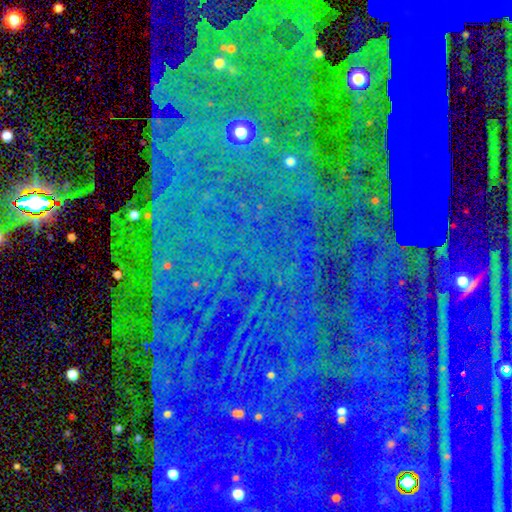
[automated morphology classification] This is clearly a star or artifact rather than a galaxy (85%).